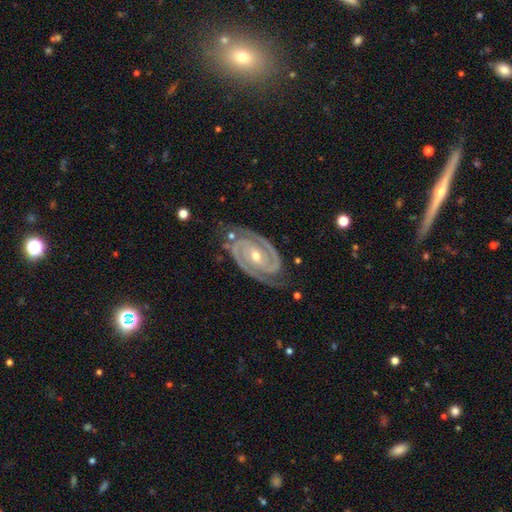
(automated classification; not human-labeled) This appears to be a featured or disk galaxy (94%) with no bar (49%), 2 (92%) tight (74%) spiral arms (99%) and a moderate central bulge (51%). Merging: none (80%).